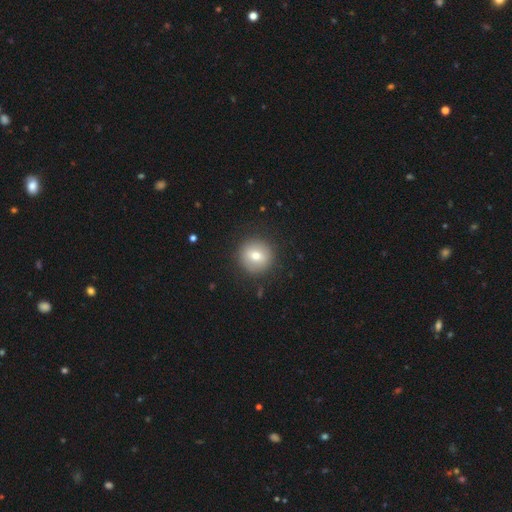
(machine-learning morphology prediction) Smooth or featured: smooth — 73% (featured or disk — 18%)
How rounded: round — 94% (in between — 5%)
Merging: none — 89% (minor disturbance — 7%)